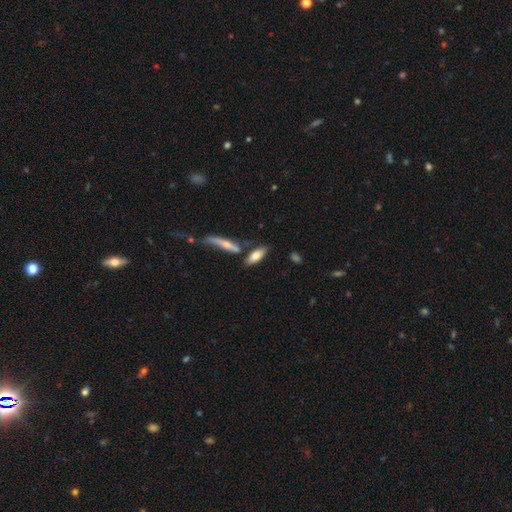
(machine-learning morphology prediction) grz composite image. It shows a smooth galaxy with no disk features (73%) that is in between round and cigar-shaped (70%). Merging: none (60%).